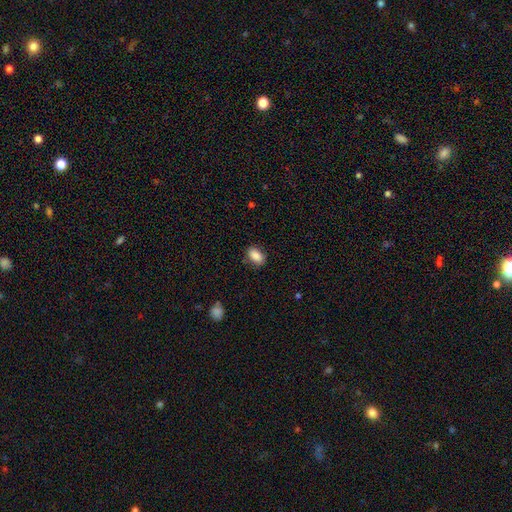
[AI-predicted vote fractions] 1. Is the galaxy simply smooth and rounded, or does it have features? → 88% smooth, 8% star or artifact, 5% featured or disk.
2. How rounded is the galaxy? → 88% in between, 10% round, 2% cigar-shaped.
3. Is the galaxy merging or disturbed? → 81% none, 14% minor disturbance, 3% major disturbance, 1% merger.